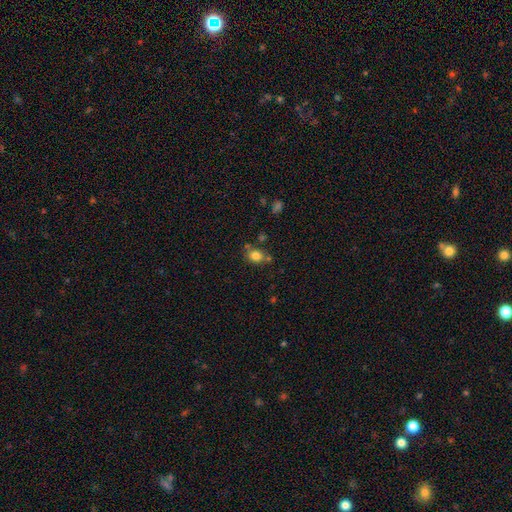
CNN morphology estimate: smooth-or-featured: smooth: 80% | star or artifact: 12% | featured or disk: 8%
  how-rounded: round: 55% | in between: 44% | cigar-shaped: 1%
  merging: none: 65% | minor disturbance: 16% | merger: 14% | major disturbance: 5%